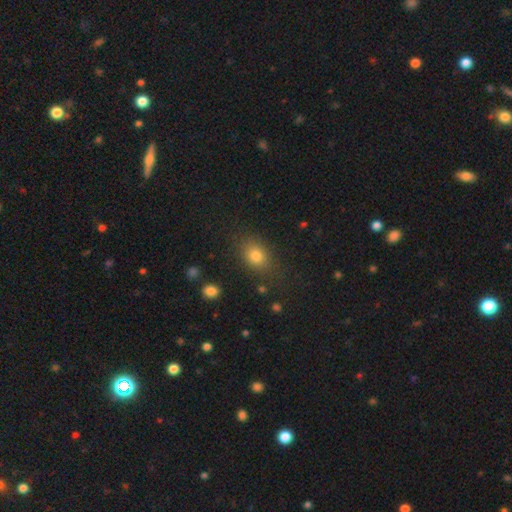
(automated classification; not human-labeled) Morphology: type=smooth (79%); roundness=in between (64%); merging=none (78%).